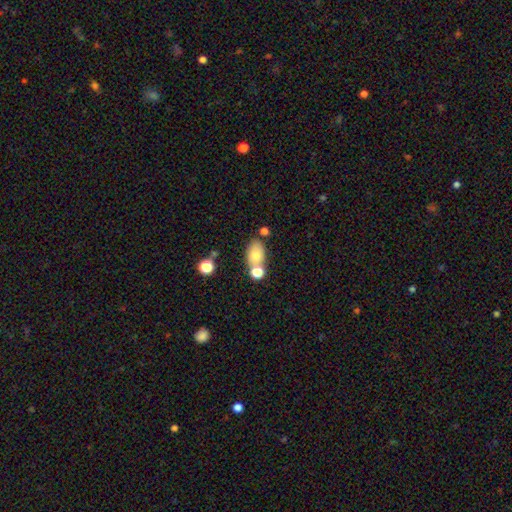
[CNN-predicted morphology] This appears to be a smooth galaxy with no disk features (75%) that is in between round and cigar-shaped (84%). Merging: none (59%).